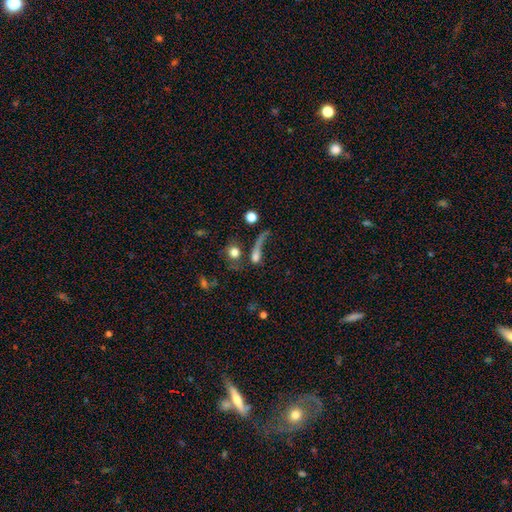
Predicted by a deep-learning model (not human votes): Morphology: type=smooth (55%); roundness=round (37%); merging=major disturbance (37%).